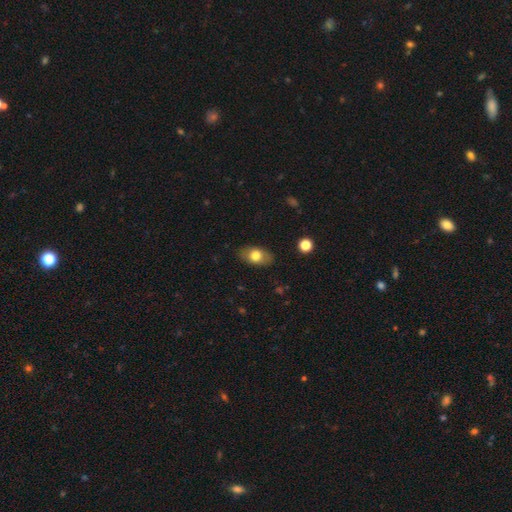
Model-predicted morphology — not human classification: type=smooth (74%); roundness=in between (87%); merging=none (84%).